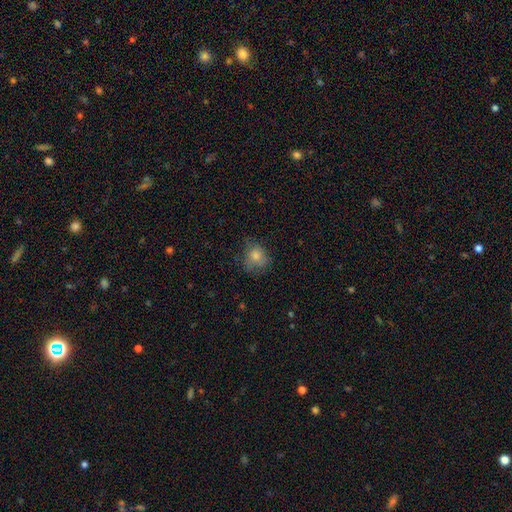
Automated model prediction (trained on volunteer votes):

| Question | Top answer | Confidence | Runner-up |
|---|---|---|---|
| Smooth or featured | smooth | 69% | featured or disk (17%) |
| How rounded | round | 73% | in between (26%) |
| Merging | none | 64% | minor disturbance (23%) |